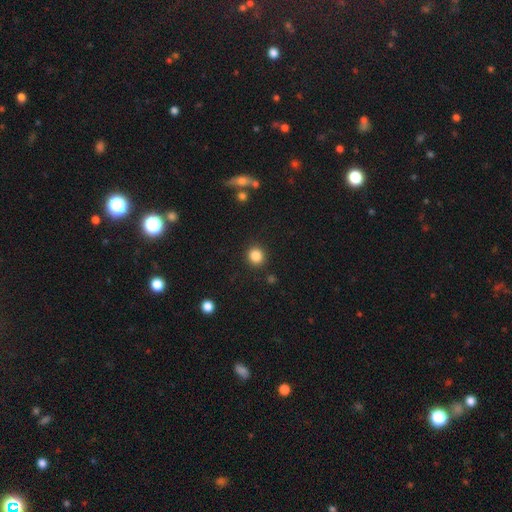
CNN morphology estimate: A smooth galaxy with no disk features (85%) that is round (87%). Merging: none (89%).